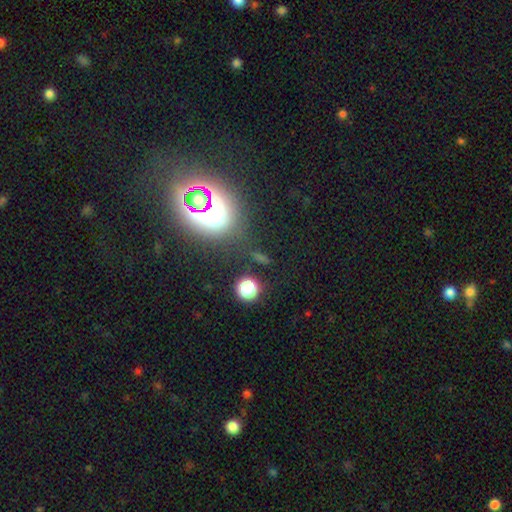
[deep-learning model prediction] star or artifact 68%, smooth 23%, featured or disk 9%.